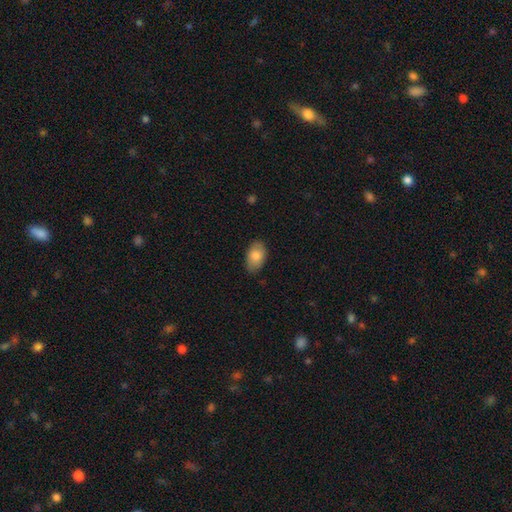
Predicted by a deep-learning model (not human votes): smooth-or-featured: smooth: 82% | featured or disk: 11% | star or artifact: 6%
  how-rounded: in between: 92% | round: 7% | cigar-shaped: 1%
  merging: none: 81% | minor disturbance: 15% | major disturbance: 3% | merger: 1%